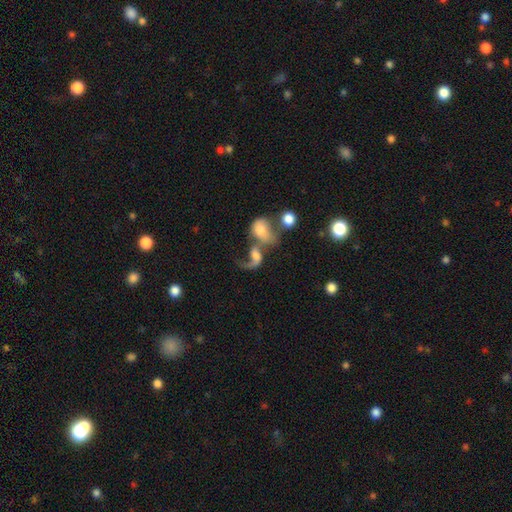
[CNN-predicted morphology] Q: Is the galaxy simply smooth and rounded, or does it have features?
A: featured or disk — 57%.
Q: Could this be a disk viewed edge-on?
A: no — 96%.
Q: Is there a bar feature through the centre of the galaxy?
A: no — 59%.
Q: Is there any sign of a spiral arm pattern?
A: yes — 78%.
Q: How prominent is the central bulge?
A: moderate — 39%.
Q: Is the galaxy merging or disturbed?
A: merger — 64%.